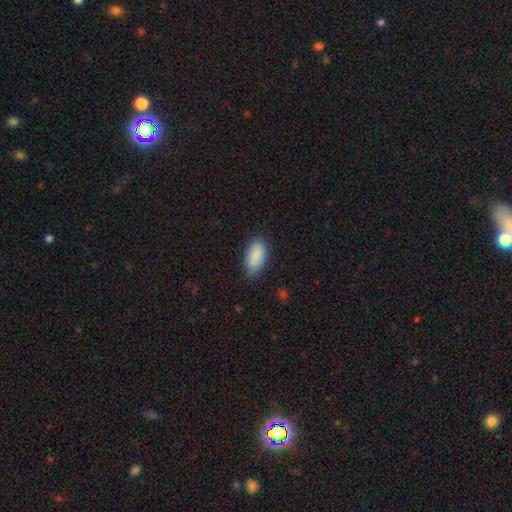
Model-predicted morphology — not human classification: Smooth or featured: smooth — 88% (star or artifact — 6%)
How rounded: in between — 93% (cigar-shaped — 5%)
Merging: none — 83% (minor disturbance — 13%)